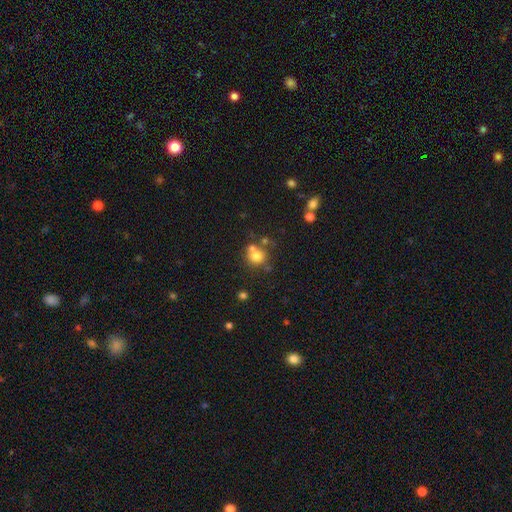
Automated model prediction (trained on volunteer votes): This is likely a smooth galaxy (75%). How rounded: clearly round (87%). Merging: possibly none (57%).